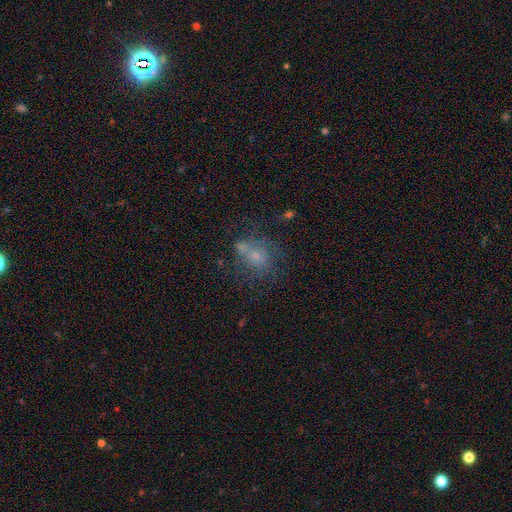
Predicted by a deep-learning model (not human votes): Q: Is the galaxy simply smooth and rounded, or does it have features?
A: smooth — 51%.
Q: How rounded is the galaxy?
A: round — 52%.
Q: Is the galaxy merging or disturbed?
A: none — 43%.